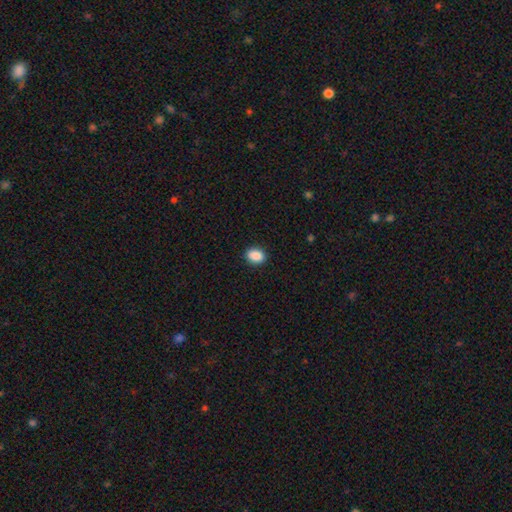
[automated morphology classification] Smooth or featured? smooth (89%)
How rounded? in between (73%)
Merging? none (90%)